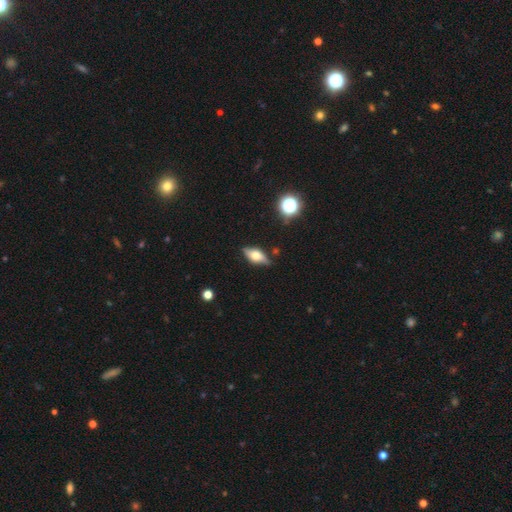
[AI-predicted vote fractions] A smooth galaxy with no disk features (48%).

Vote fractions:
- Smooth or featured? smooth: 48% / featured or disk: 44% / star or artifact: 9%
- Merging? none: 79% / minor disturbance: 16% / major disturbance: 3% / merger: 2%